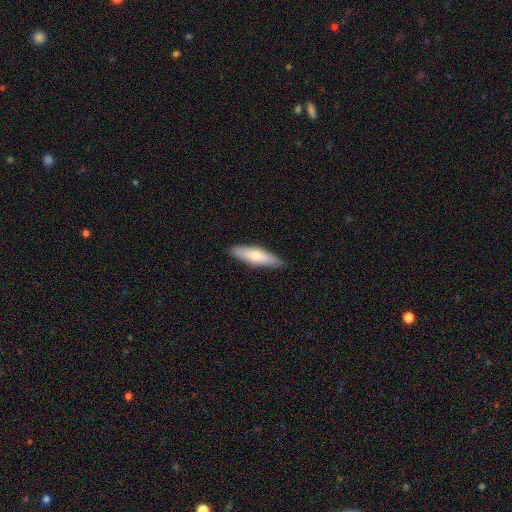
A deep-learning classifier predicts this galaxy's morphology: Smooth or featured? Predicted: smooth (p=0.65). How rounded? Predicted: cigar-shaped (p=0.67). Merging? Predicted: none (p=0.89).